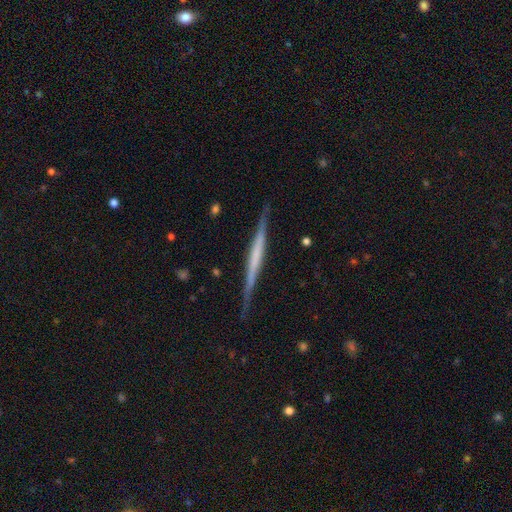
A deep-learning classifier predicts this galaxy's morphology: A featured or disk galaxy (67%) viewed edge-on (97%) with no central bulge (65%). Merging: none (84%).